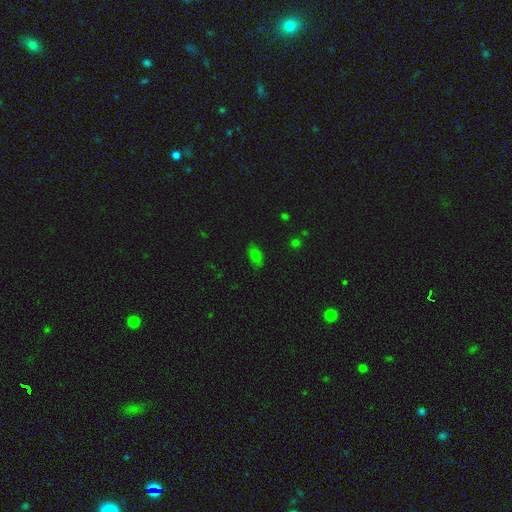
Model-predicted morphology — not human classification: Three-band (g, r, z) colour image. It shows a smooth galaxy with no disk features (75%) that is in between round and cigar-shaped (89%). Merging: none (78%).